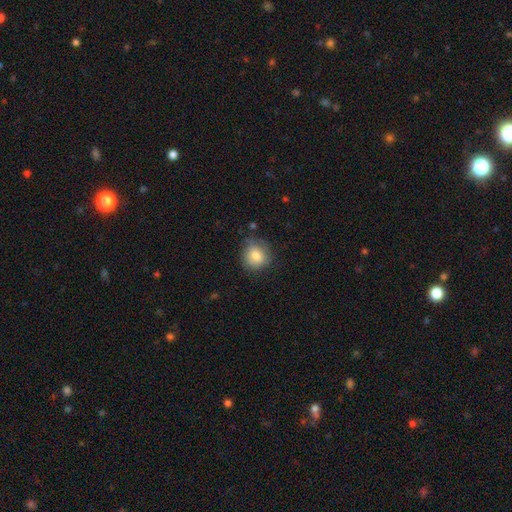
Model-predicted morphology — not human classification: This appears to be a smooth galaxy with no disk features (80%) that is round (79%). Merging: none (66%).